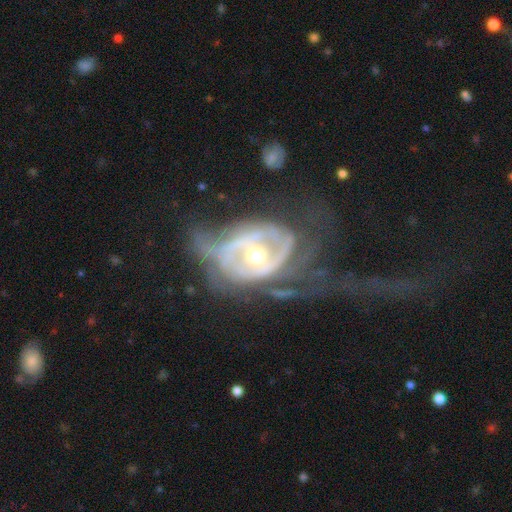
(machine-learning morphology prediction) Smooth or featured? featured or disk (84%)
Edge-on disk? no (95%)
Bar? no (62%)
Spiral arms? yes (70%)
Spiral winding? tight (44%)
Spiral arm count? 2 (41%)
Bulge size? moderate (68%)
Merging? major disturbance (54%)